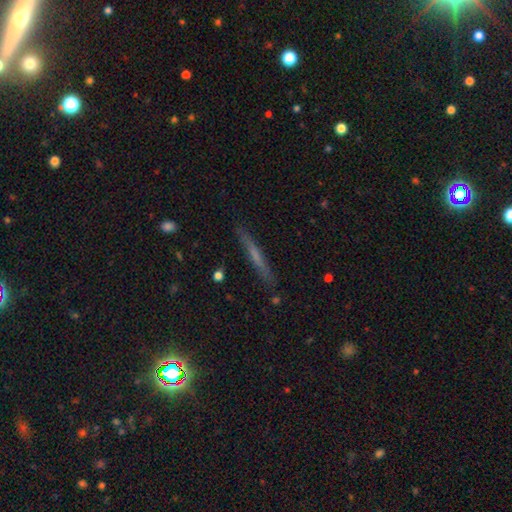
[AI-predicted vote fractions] A featured or disk galaxy (48%).

Vote fractions:
- Smooth or featured? featured or disk: 48% / smooth: 43% / star or artifact: 9%
- Merging? none: 88% / minor disturbance: 8% / major disturbance: 2% / merger: 1%